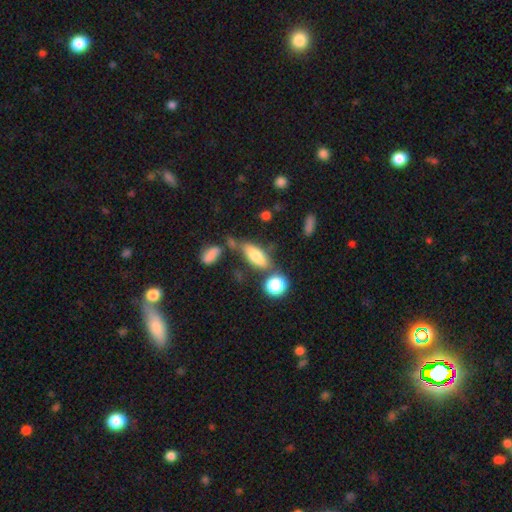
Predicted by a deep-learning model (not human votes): smooth 73%, featured or disk 17%, star or artifact 10%. Down the decision tree: how rounded — in between (67%); merging — none (58%).